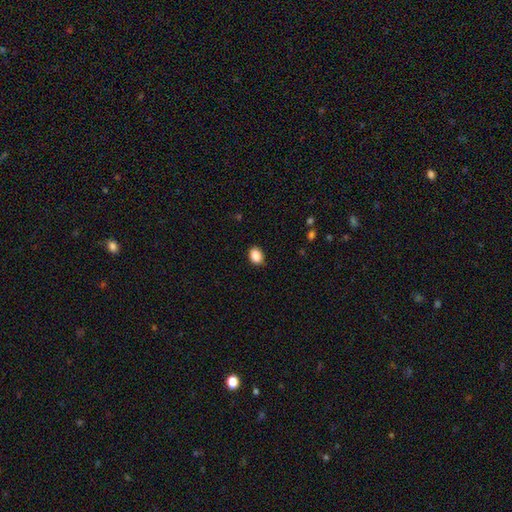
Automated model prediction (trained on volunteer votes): Smooth or featured? Predicted: smooth (p=0.89). How rounded? Predicted: in between (p=0.68). Merging? Predicted: none (p=0.87).